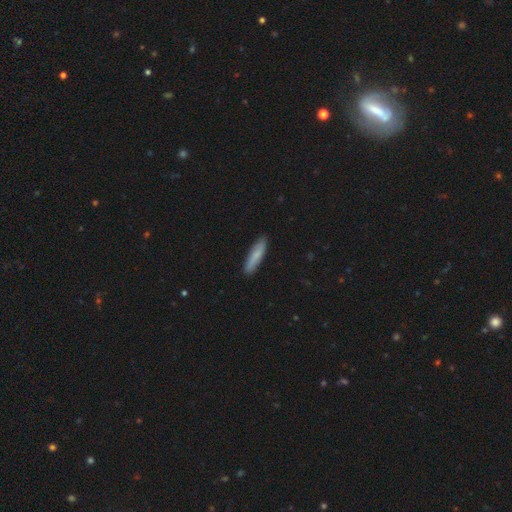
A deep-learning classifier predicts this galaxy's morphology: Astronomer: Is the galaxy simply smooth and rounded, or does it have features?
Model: smooth — 77%.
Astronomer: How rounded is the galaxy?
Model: cigar-shaped — 78%.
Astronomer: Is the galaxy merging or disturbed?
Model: none — 88%.